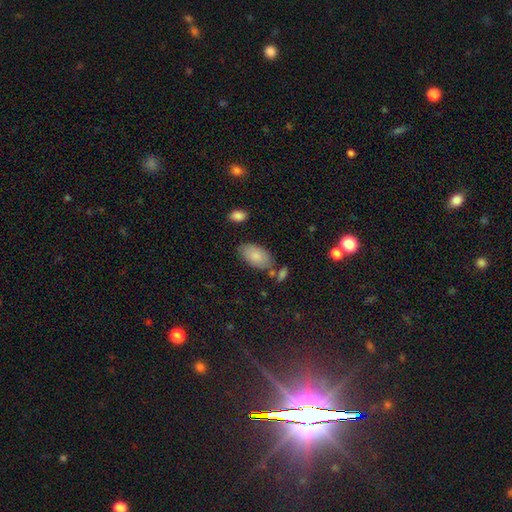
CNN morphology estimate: Overall: smooth (84%). How rounded: in between (95%). Merging: none (72%).